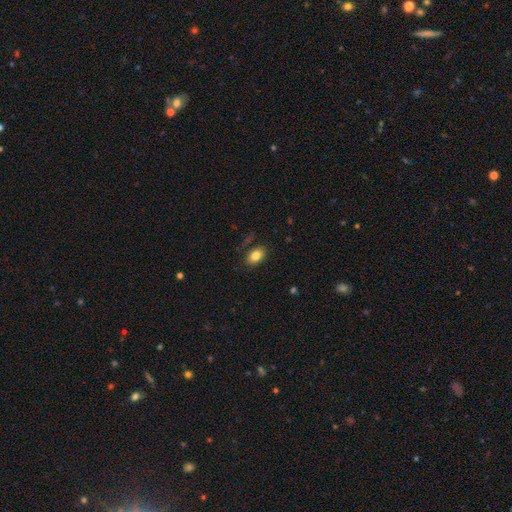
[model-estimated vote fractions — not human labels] Overall: smooth (83%). How rounded: in between (88%). Merging: none (83%).